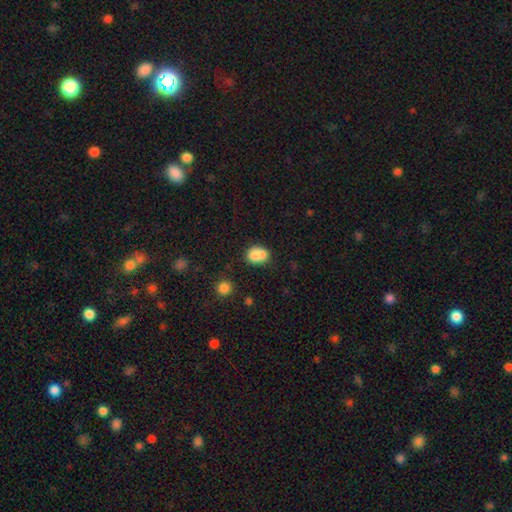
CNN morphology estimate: smooth_or_featured: smooth (p=0.77) [alt: featured or disk p=0.13]
how_rounded: in between (p=0.51) [alt: round p=0.48]
merging: merger (p=0.44) [alt: none p=0.37]